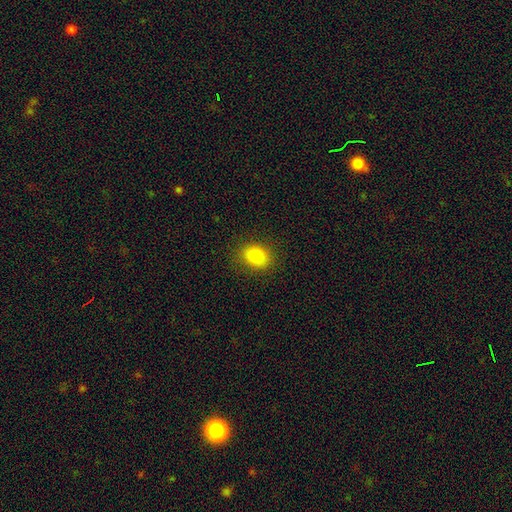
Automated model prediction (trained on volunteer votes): smooth_or_featured: smooth (p=0.85) [alt: star or artifact p=0.10]
how_rounded: in between (p=0.62) [alt: round p=0.37]
merging: none (p=0.86) [alt: minor disturbance p=0.10]